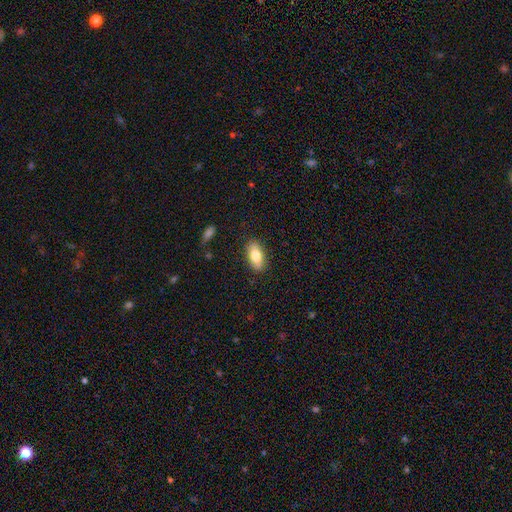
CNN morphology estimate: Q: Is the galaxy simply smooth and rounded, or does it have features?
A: smooth — 75%.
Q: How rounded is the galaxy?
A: in between — 85%.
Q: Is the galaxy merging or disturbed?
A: none — 86%.